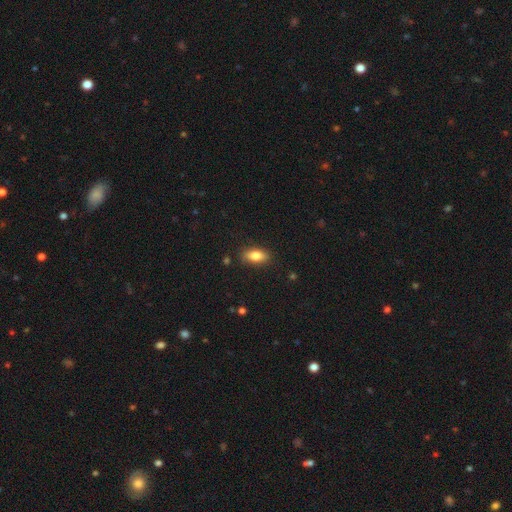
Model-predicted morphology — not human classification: This appears to be a smooth galaxy with no disk features (83%) that is in between round and cigar-shaped (87%). Merging: none (84%).